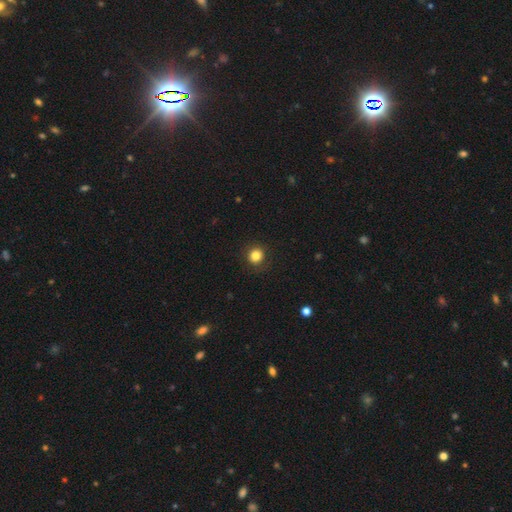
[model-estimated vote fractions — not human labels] smooth 83%, star or artifact 12%, featured or disk 5%. Down the decision tree: how rounded — round (90%); merging — none (88%).